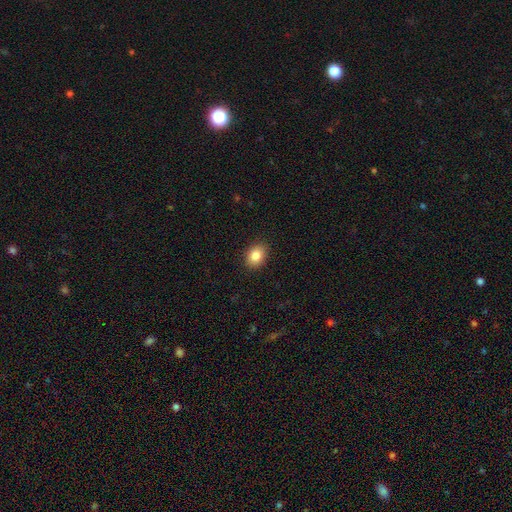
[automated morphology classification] smooth 85%, star or artifact 9%, featured or disk 6%. Down the decision tree: how rounded — in between (65%); merging — none (89%).